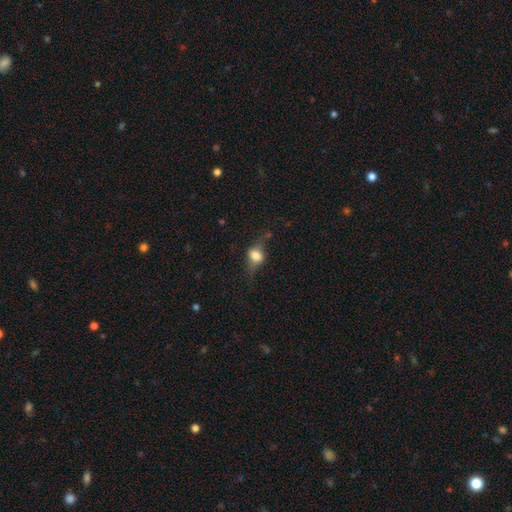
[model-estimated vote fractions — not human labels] Overall: smooth (52%; featured or disk 37%). How rounded: in between (56%; round 37%). Merging: none (61%; minor disturbance 23%).